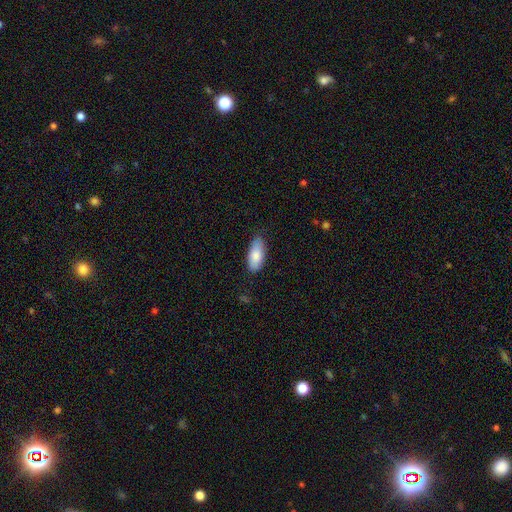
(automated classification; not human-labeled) smooth_or_featured: smooth (p=0.85) [alt: featured or disk p=0.09]
how_rounded: in between (p=0.87) [alt: cigar-shaped p=0.11]
merging: none (p=0.81) [alt: minor disturbance p=0.15]